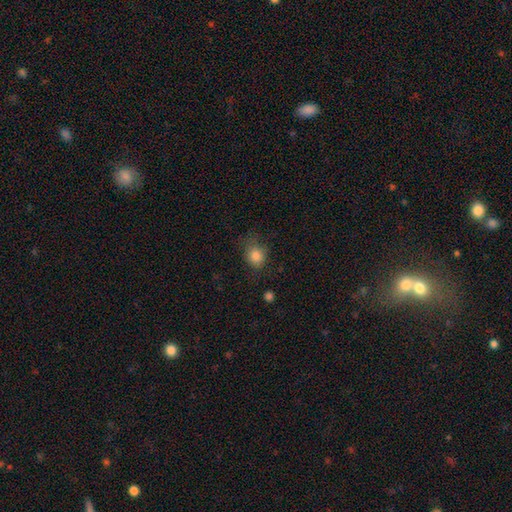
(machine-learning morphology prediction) This is clearly a smooth galaxy (83%). How rounded: likely round (63%). Merging: likely none (63%).